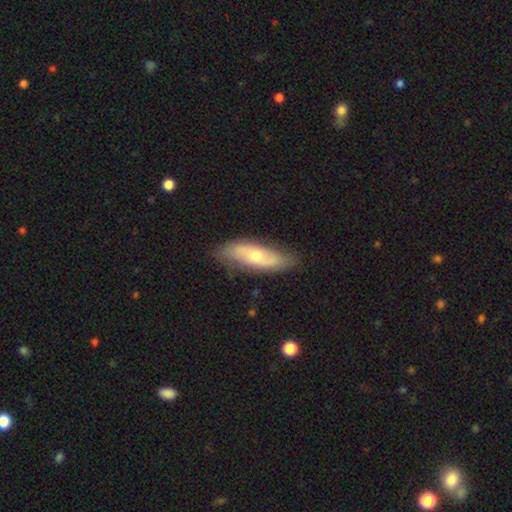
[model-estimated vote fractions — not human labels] smooth_or_featured: featured or disk (p=0.52) [alt: smooth p=0.43]
disk_edge_on: no (p=0.73) [alt: yes p=0.27]
merging: none (p=0.78) [alt: minor disturbance p=0.17]